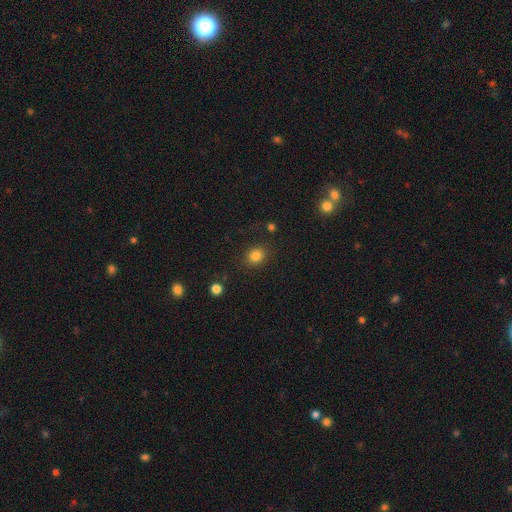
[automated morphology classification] type=smooth (83%); roundness=round (74%); merging=none (85%).